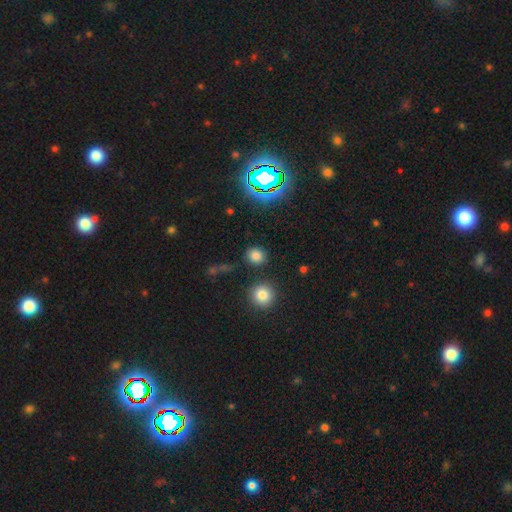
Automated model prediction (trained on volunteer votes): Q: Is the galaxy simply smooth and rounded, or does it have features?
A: smooth — 75%.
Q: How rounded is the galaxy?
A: round — 81%.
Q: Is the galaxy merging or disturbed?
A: none — 86%.